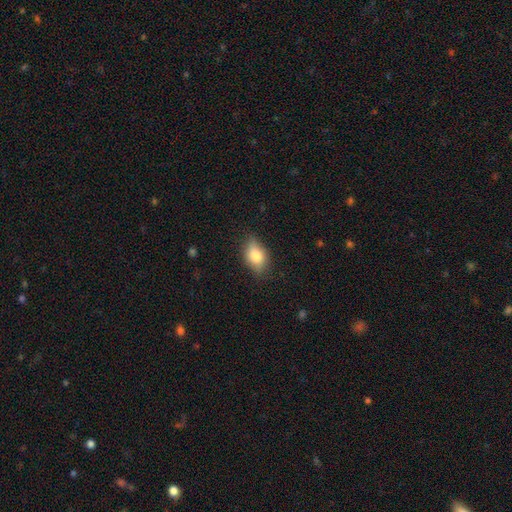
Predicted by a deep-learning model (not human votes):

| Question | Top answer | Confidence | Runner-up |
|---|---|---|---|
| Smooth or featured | smooth | 75% | featured or disk (17%) |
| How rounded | in between | 80% | round (16%) |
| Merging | none | 76% | minor disturbance (19%) |